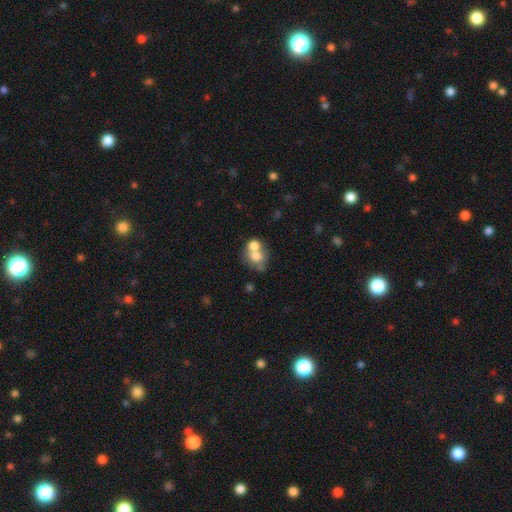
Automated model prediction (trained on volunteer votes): The model was most divided on "how rounded": round: 58%, in between: 41%, cigar-shaped: 1%. More confident: smooth or featured — smooth (69%); merging — merger (60%).